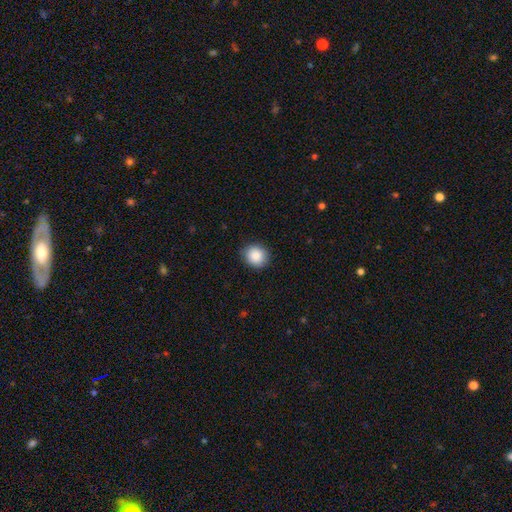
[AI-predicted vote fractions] A smooth galaxy with no disk features (88%) that is round (76%). Merging: none (89%).